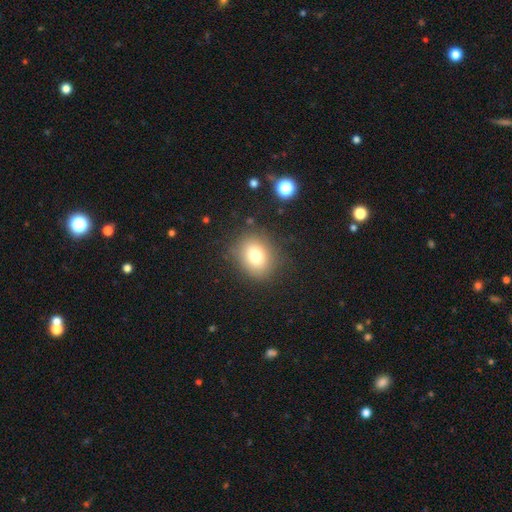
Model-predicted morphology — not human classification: type=smooth (76%); roundness=round (55%); merging=none (82%).